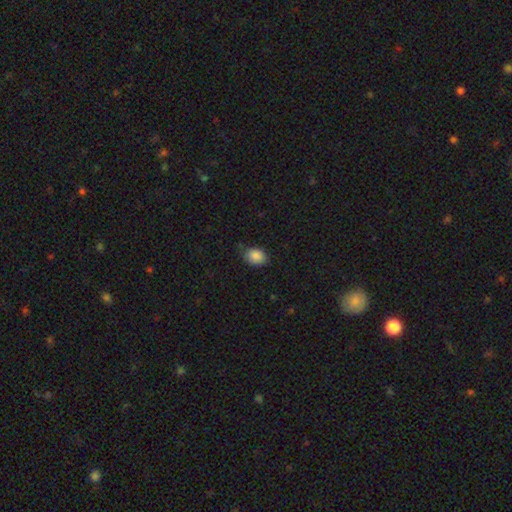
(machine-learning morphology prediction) smooth_or_featured: smooth (p=0.88) [alt: star or artifact p=0.08]
how_rounded: in between (p=0.71) [alt: round p=0.28]
merging: none (p=0.79) [alt: minor disturbance p=0.16]